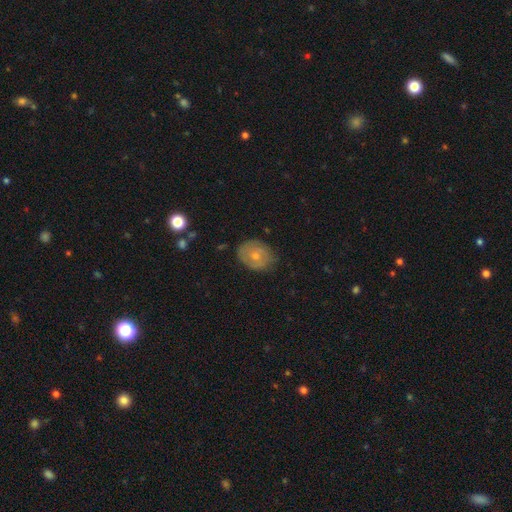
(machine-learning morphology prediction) smooth-or-featured: smooth: 49% | featured or disk: 43% | star or artifact: 8%
  merging: none: 72% | minor disturbance: 22% | major disturbance: 5% | merger: 1%